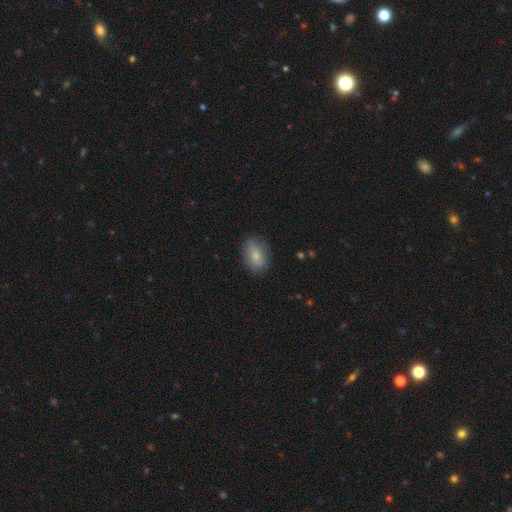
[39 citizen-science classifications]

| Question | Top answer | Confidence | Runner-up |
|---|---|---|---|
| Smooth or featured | smooth | 64% | featured or disk (23%) |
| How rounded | in between | 72% | round (24%) |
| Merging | none | 79% | minor disturbance (15%) |